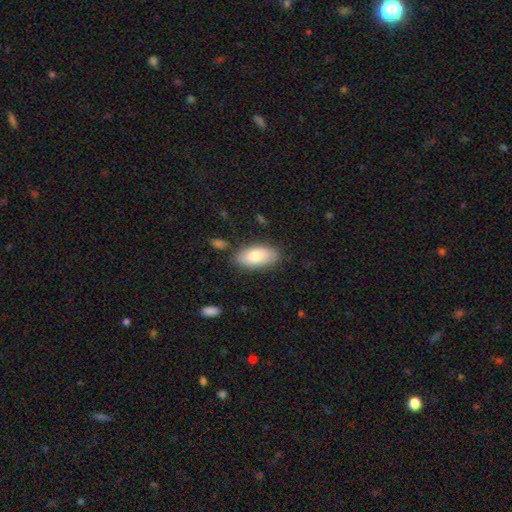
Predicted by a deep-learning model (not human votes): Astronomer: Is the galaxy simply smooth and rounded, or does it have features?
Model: smooth — 82%.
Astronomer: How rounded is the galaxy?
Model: in between — 92%.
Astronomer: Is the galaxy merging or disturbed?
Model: none — 81%.